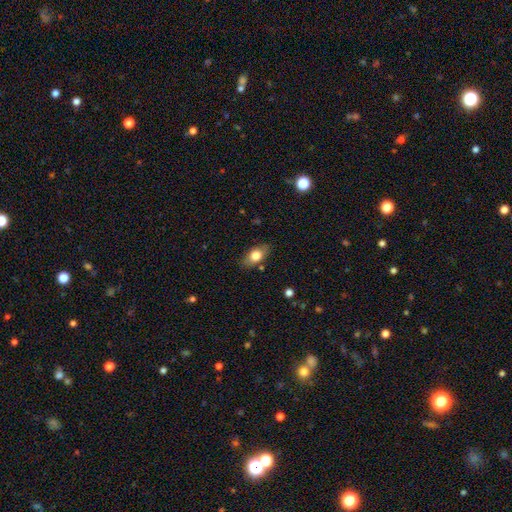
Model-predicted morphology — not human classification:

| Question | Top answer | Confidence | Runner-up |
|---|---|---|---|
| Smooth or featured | smooth | 76% | featured or disk (17%) |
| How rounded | in between | 88% | round (8%) |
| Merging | none | 82% | minor disturbance (13%) |